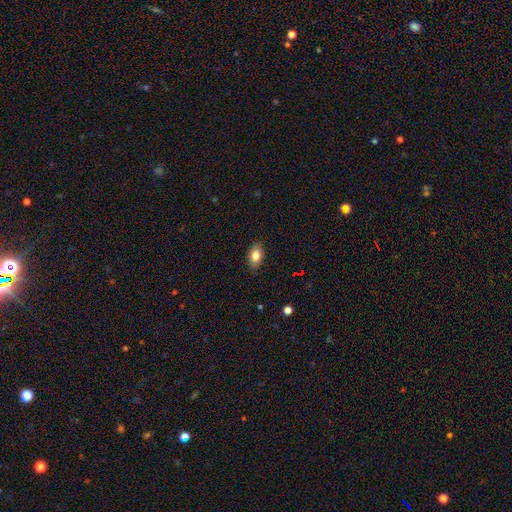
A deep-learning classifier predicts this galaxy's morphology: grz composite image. It shows a smooth galaxy with no disk features (83%) that is in between round and cigar-shaped (90%). Merging: none (87%).